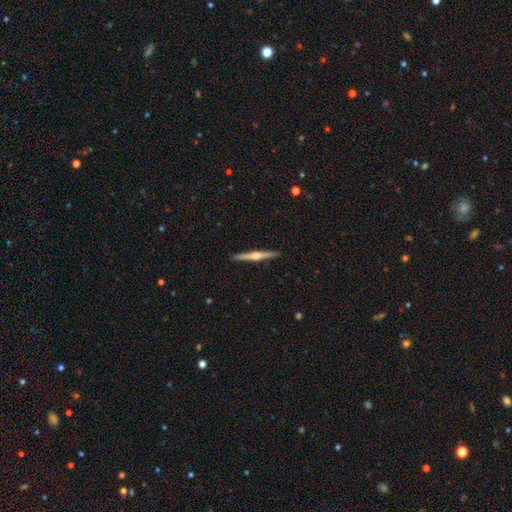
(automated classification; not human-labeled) Smooth or featured?
  - featured or disk: 75% *
  - smooth: 20%
  - star or artifact: 5%
Edge-on disk?
  - yes: 99% *
  - no: 1%
Edge-on bulge?
  - rounded: 90% *
  - boxy: 5%
  - none: 5%
Merging?
  - none: 92% *
  - minor disturbance: 5%
  - major disturbance: 1%
  - merger: 1%